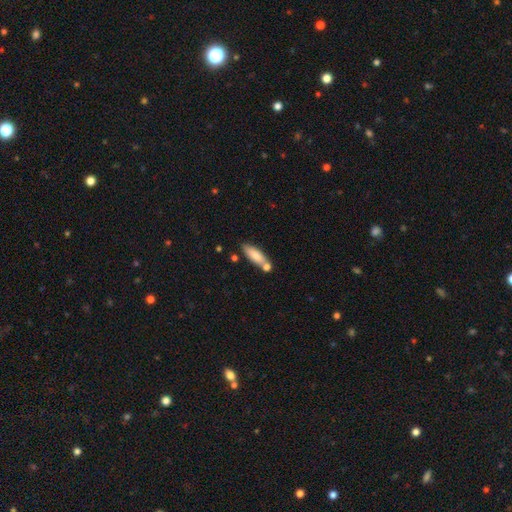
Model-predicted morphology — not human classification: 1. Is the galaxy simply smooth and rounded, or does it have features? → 81% smooth, 13% featured or disk, 6% star or artifact.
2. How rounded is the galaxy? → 53% in between, 45% cigar-shaped, 2% round.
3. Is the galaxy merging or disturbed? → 58% none, 23% merger, 15% minor disturbance, 4% major disturbance.